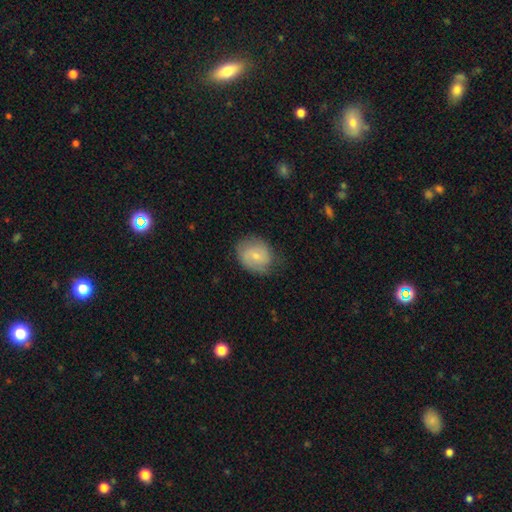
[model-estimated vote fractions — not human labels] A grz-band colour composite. It shows a smooth galaxy with no disk features (51%) that is round (54%). Merging: none (69%).